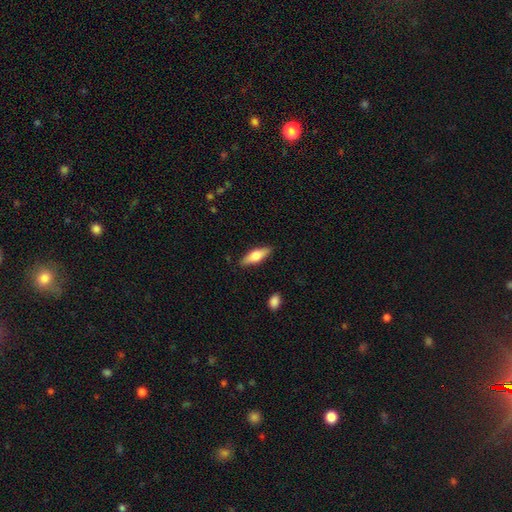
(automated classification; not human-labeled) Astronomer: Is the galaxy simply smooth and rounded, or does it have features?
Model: smooth — 61%.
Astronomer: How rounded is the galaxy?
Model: in between — 52% (runner-up: cigar-shaped, 46%).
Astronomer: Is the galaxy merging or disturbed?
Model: none — 87%.